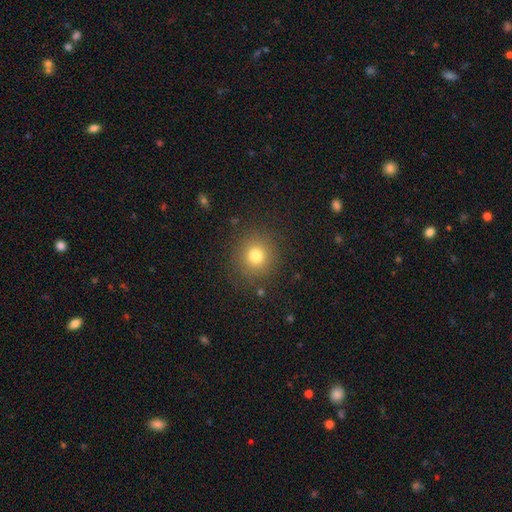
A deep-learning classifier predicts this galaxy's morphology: Smooth or featured?
  - smooth: 77% *
  - star or artifact: 14%
  - featured or disk: 8%
How rounded?
  - round: 92% *
  - in between: 7%
  - cigar-shaped: 1%
Merging?
  - none: 88% *
  - minor disturbance: 8%
  - major disturbance: 4%
  - merger: 1%